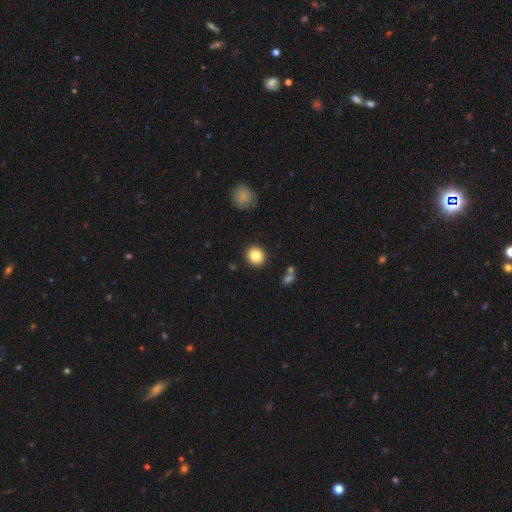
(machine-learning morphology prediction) Q: Smooth or featured?
A: smooth (85%); runner-up: star or artifact (9%)
Q: How rounded?
A: round (85%); runner-up: in between (14%)
Q: Merging?
A: none (89%); runner-up: minor disturbance (7%)